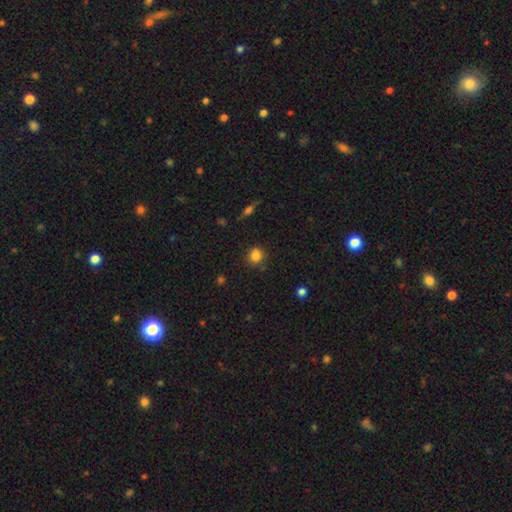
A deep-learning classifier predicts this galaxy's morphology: Smooth or featured: smooth — 81% (star or artifact — 12%)
How rounded: round — 82% (in between — 16%)
Merging: none — 78% (minor disturbance — 14%)